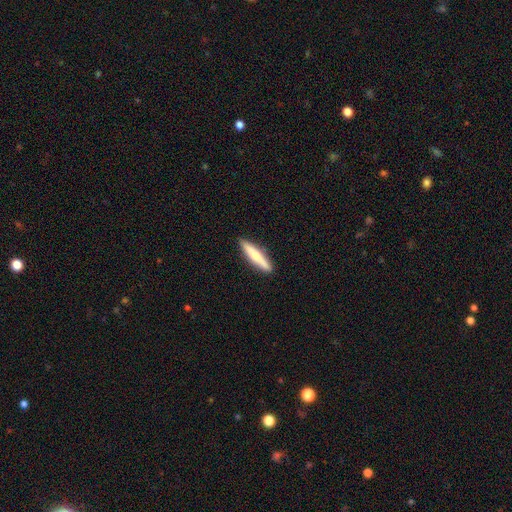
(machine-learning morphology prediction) This is likely a smooth galaxy (64%). How rounded: clearly cigar-shaped (89%). Merging: clearly none (89%).